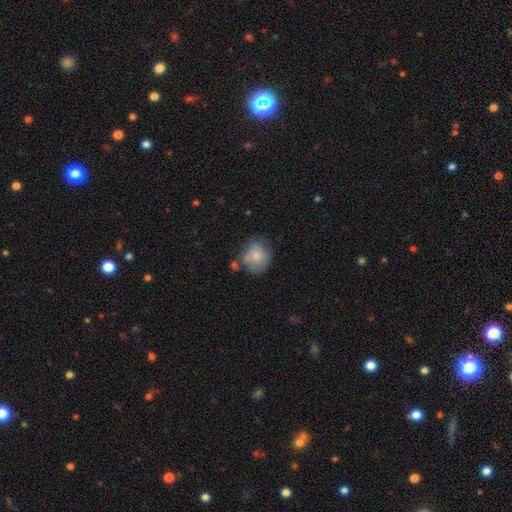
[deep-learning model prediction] The model was most divided on "merging": none: 49%, minor disturbance: 29%, major disturbance: 11%, merger: 11%. More confident: smooth or featured — smooth (75%); how rounded — round (66%).